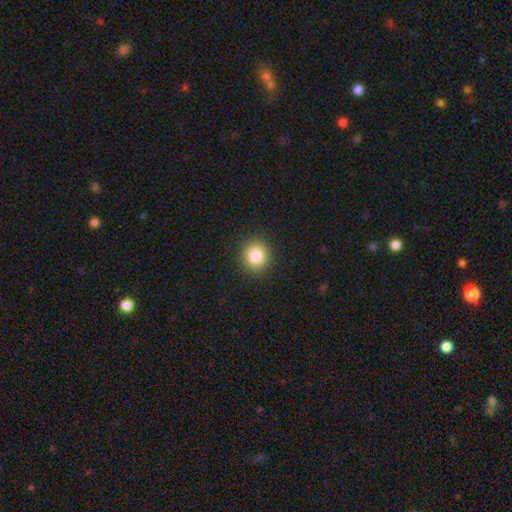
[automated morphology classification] A smooth galaxy with no disk features (84%) that is round (89%). Merging: none (91%).